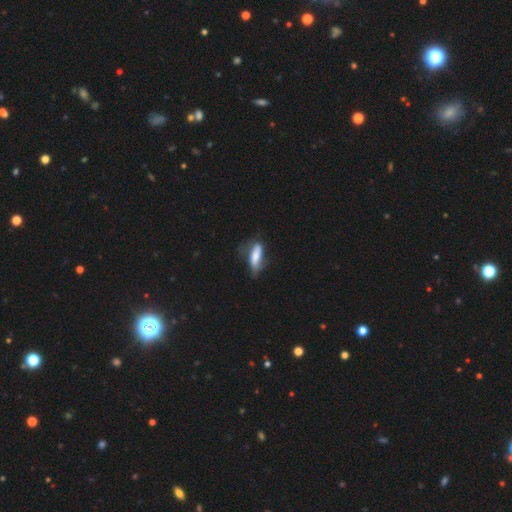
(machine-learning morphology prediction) Smooth or featured: smooth — 71% (featured or disk — 22%)
How rounded: in between — 55% (cigar-shaped — 43%)
Merging: none — 43% (minor disturbance — 35%)